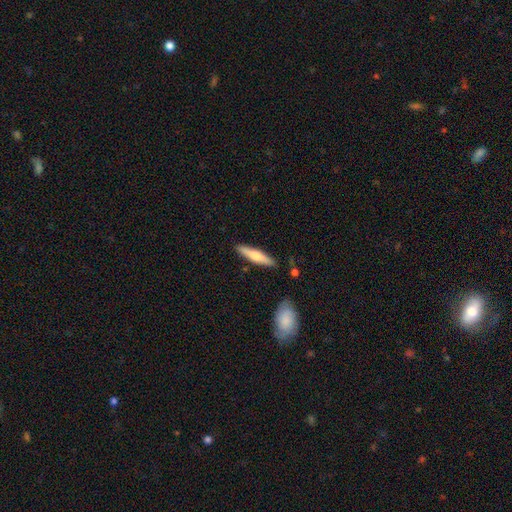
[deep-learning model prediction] smooth_or_featured: smooth (p=0.57) [alt: featured or disk p=0.37]
how_rounded: cigar-shaped (p=0.82) [alt: in between p=0.16]
merging: none (p=0.86) [alt: minor disturbance p=0.09]